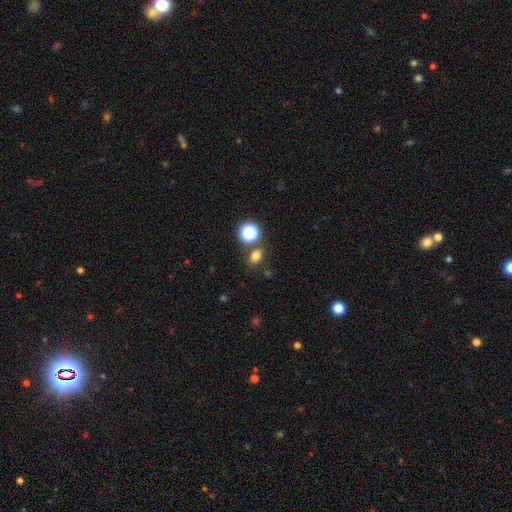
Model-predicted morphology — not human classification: smooth-or-featured: smooth: 73% | star or artifact: 20% | featured or disk: 7%
  how-rounded: in between: 52% | round: 47% | cigar-shaped: 1%
  merging: none: 75% | merger: 11% | minor disturbance: 10% | major disturbance: 3%